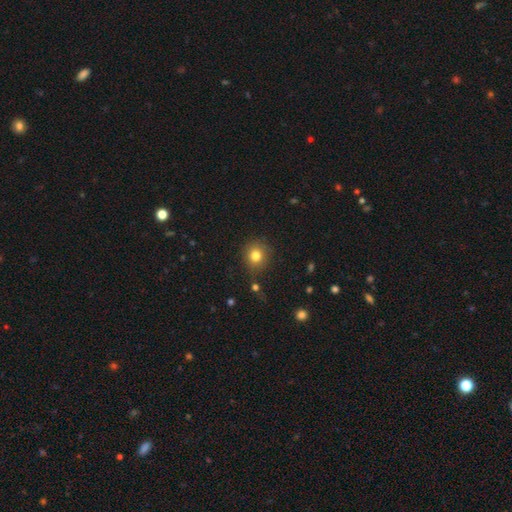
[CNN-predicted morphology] smooth-or-featured: smooth: 81% | star or artifact: 12% | featured or disk: 7%
  how-rounded: round: 85% | in between: 14% | cigar-shaped: 1%
  merging: none: 84% | minor disturbance: 10% | major disturbance: 3% | merger: 3%